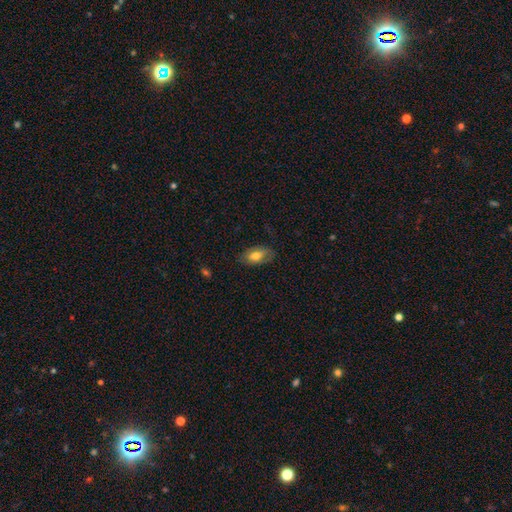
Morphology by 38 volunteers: smooth 68%, featured or disk 26%, star or artifact 5%. Down the decision tree: how rounded — in between (92%); merging — none (81%).